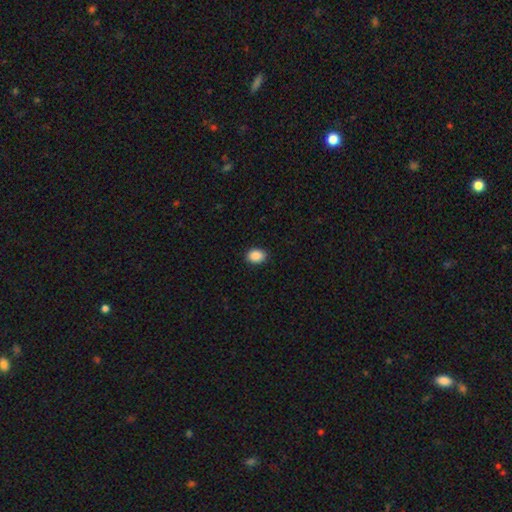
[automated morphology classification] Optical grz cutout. It shows a smooth galaxy with no disk features (89%) that is in between round and cigar-shaped (66%). Merging: none (90%).